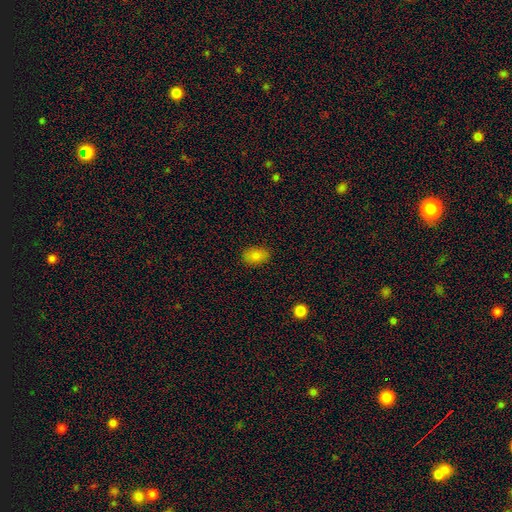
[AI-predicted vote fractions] The model was most divided on "smooth or featured": smooth: 84%, star or artifact: 10%, featured or disk: 7%. More confident: how rounded — in between (87%); merging — none (86%).